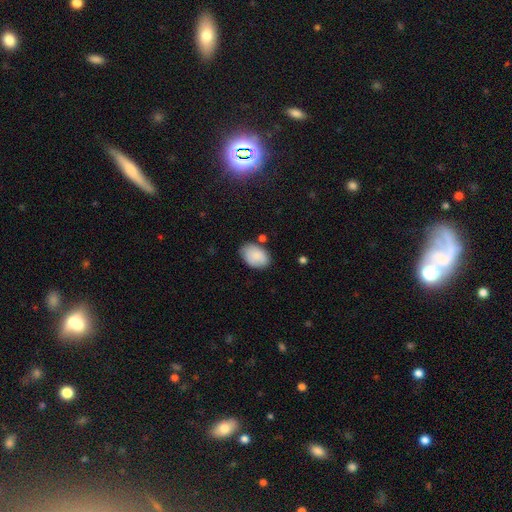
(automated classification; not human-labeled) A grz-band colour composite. It shows a smooth galaxy with no disk features (86%) that is in between round and cigar-shaped (86%). Merging: none (71%).